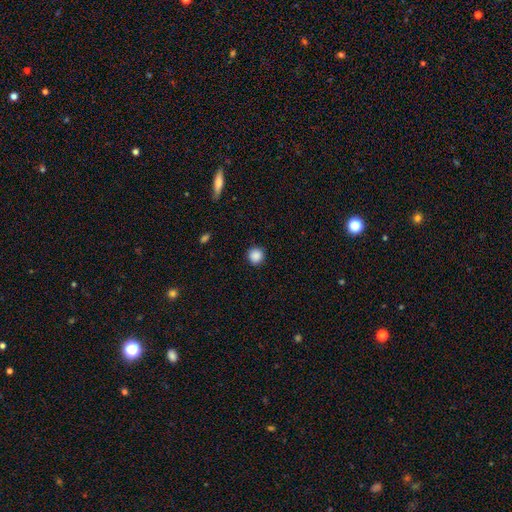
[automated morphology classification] Smooth or featured?
  - smooth: 88% *
  - star or artifact: 9%
  - featured or disk: 3%
How rounded?
  - round: 95% *
  - in between: 4%
  - cigar-shaped: 1%
Merging?
  - none: 91% *
  - minor disturbance: 6%
  - major disturbance: 2%
  - merger: 1%